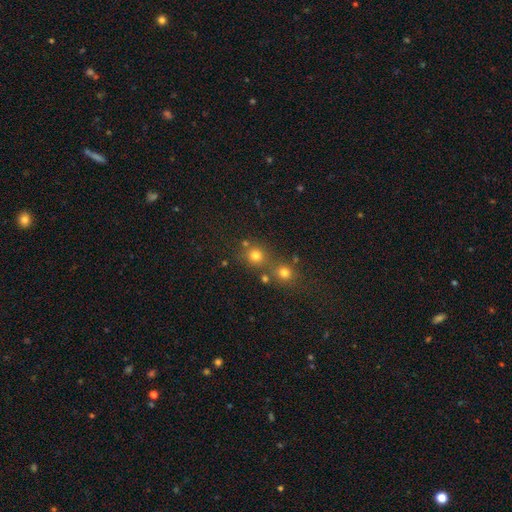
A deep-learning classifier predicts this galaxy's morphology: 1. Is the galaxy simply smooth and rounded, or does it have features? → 74% smooth, 19% star or artifact, 7% featured or disk.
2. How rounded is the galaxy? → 89% round, 10% in between, 1% cigar-shaped.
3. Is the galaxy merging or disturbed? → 65% none, 24% merger, 8% minor disturbance, 4% major disturbance.